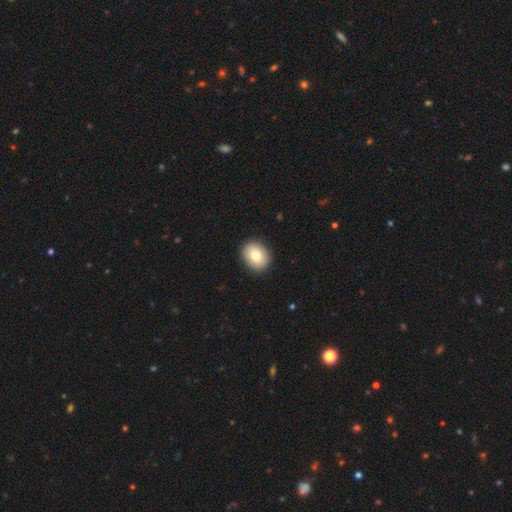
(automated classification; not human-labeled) smooth_or_featured: smooth (p=0.81) [alt: featured or disk p=0.12]
how_rounded: in between (p=0.50) [alt: round p=0.49]
merging: none (p=0.90) [alt: minor disturbance p=0.07]